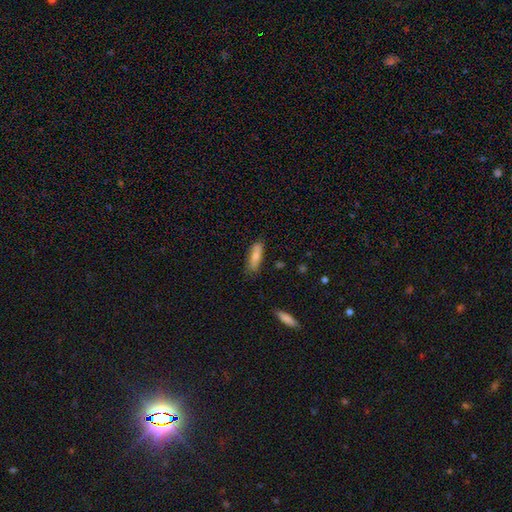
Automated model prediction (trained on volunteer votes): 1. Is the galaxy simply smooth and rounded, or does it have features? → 77% smooth, 17% featured or disk, 6% star or artifact.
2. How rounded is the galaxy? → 56% cigar-shaped, 42% in between, 2% round.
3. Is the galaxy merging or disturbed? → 77% none, 17% minor disturbance, 3% major disturbance, 3% merger.